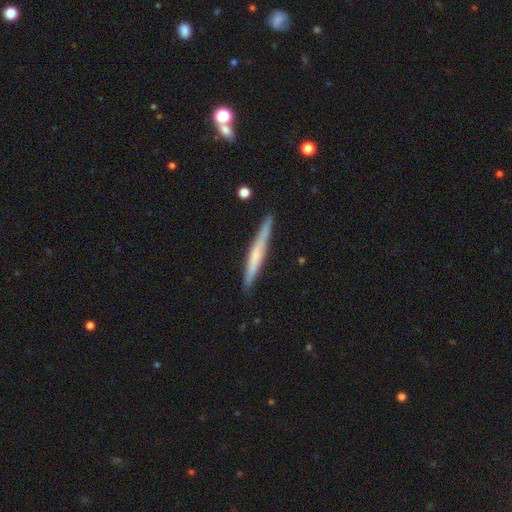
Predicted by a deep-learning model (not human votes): Morphology: type=featured or disk (49%); merging=none (85%).